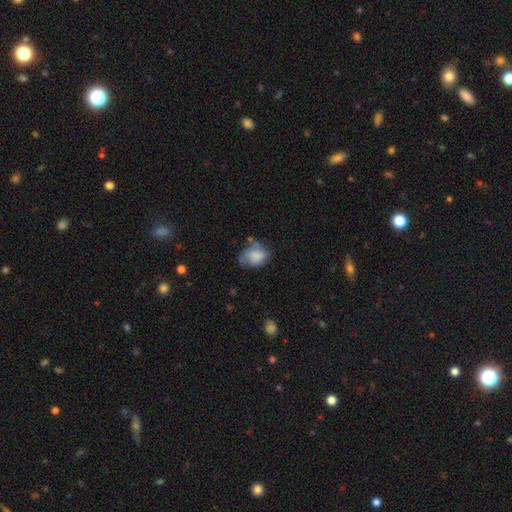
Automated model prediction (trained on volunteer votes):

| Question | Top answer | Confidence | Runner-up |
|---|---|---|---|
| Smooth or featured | smooth | 72% | featured or disk (20%) |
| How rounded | in between | 65% | round (34%) |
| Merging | none | 42% | minor disturbance (34%) |